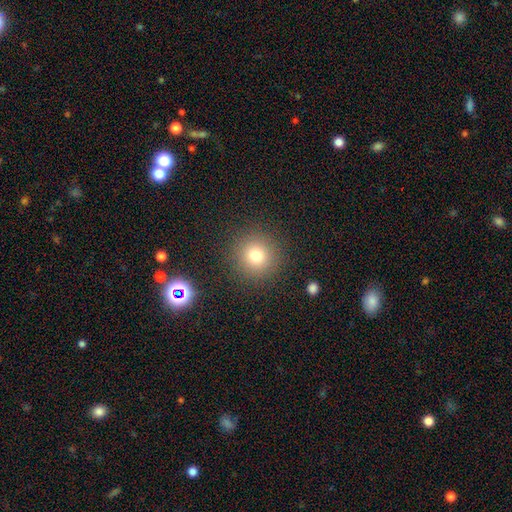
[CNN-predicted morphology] This is likely a smooth galaxy (76%). How rounded: clearly round (95%). Merging: clearly none (90%).